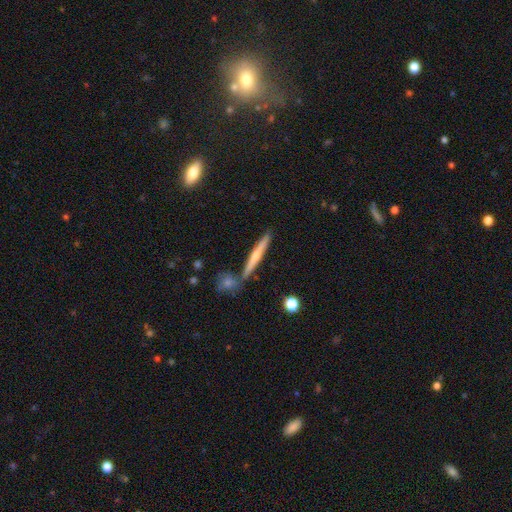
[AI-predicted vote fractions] Q: Smooth or featured?
A: featured or disk (52%); runner-up: smooth (42%)
Q: Edge-on disk?
A: yes (96%); runner-up: no (4%)
Q: Merging?
A: none (79%); runner-up: merger (9%)